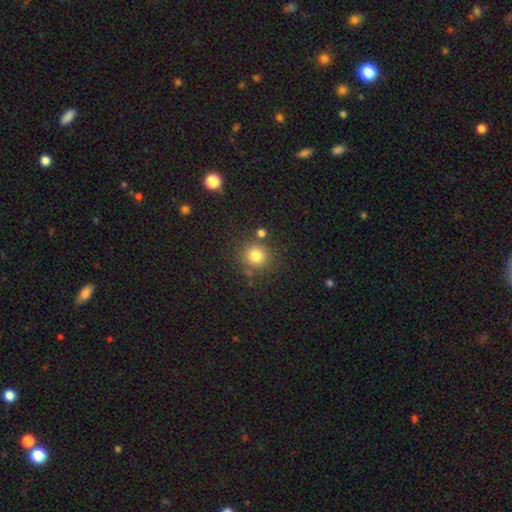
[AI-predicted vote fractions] This is likely a smooth galaxy (80%). How rounded: clearly round (91%). Merging: likely none (79%).